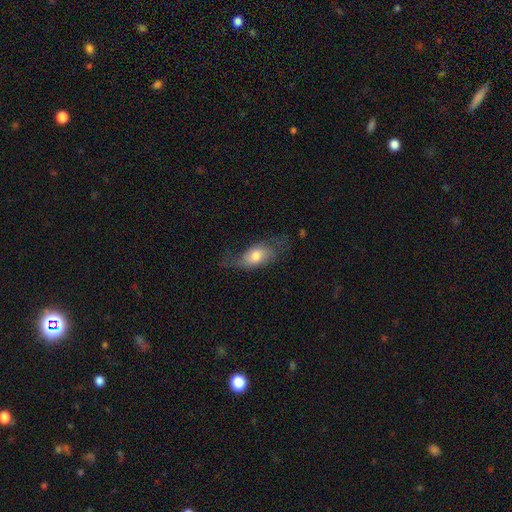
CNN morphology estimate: smooth 58%, featured or disk 34%, star or artifact 8%. Down the decision tree: how rounded — in between (83%); merging — none (45%).